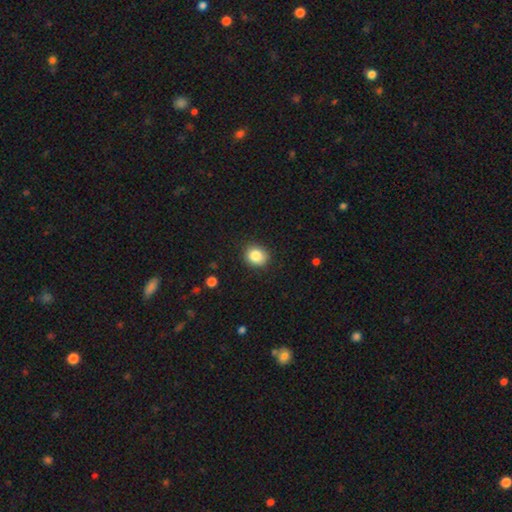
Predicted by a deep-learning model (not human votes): Q: Smooth or featured?
A: smooth (85%); runner-up: star or artifact (9%)
Q: How rounded?
A: round (70%); runner-up: in between (29%)
Q: Merging?
A: none (86%); runner-up: minor disturbance (10%)